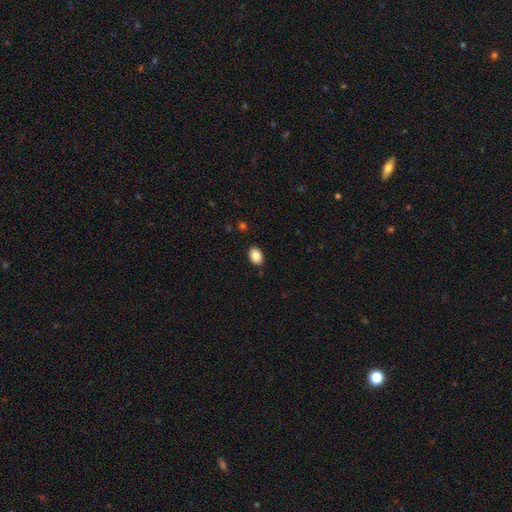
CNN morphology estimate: Q: Smooth or featured?
A: smooth (87%); runner-up: star or artifact (8%)
Q: How rounded?
A: in between (83%); runner-up: round (16%)
Q: Merging?
A: none (88%); runner-up: minor disturbance (9%)